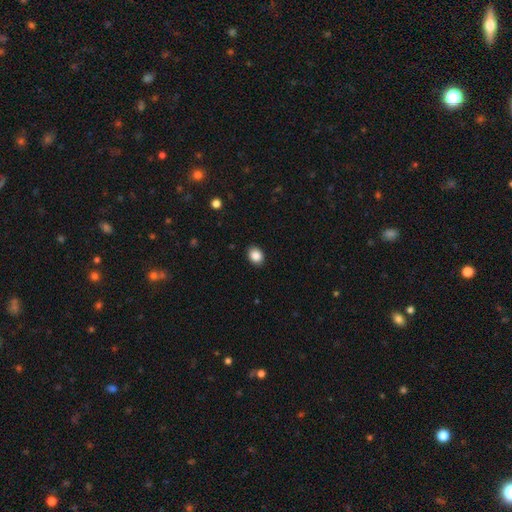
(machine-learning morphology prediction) smooth-or-featured: smooth: 88% | star or artifact: 9% | featured or disk: 4%
  how-rounded: in between: 54% | round: 45% | cigar-shaped: 1%
  merging: none: 89% | minor disturbance: 8% | major disturbance: 2% | merger: 1%